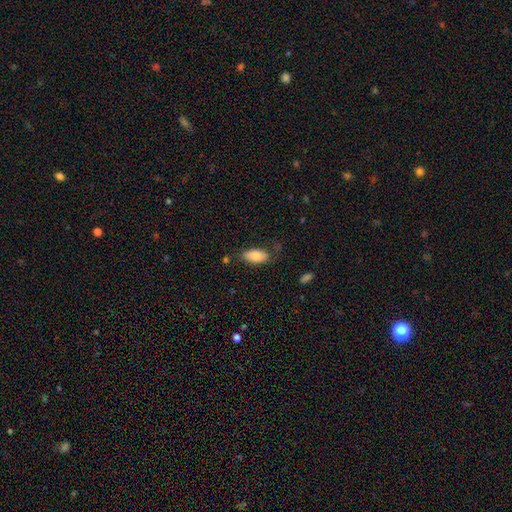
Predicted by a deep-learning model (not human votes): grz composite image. It shows a smooth galaxy with no disk features (81%) that is in between round and cigar-shaped (92%). Merging: none (72%).